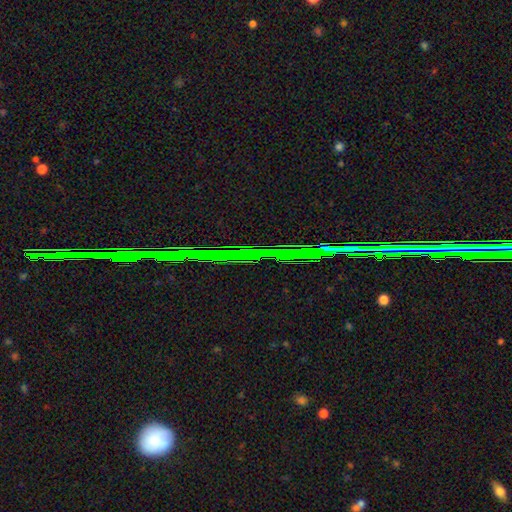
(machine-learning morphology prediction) Overall: star or artifact (79%).